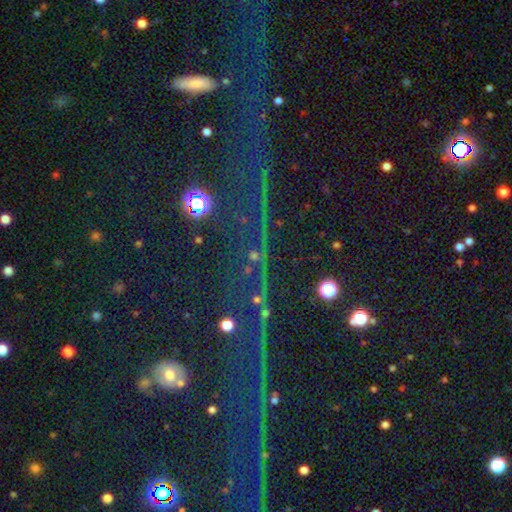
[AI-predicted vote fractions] smooth_or_featured: star or artifact (p=0.74) [alt: smooth p=0.14]